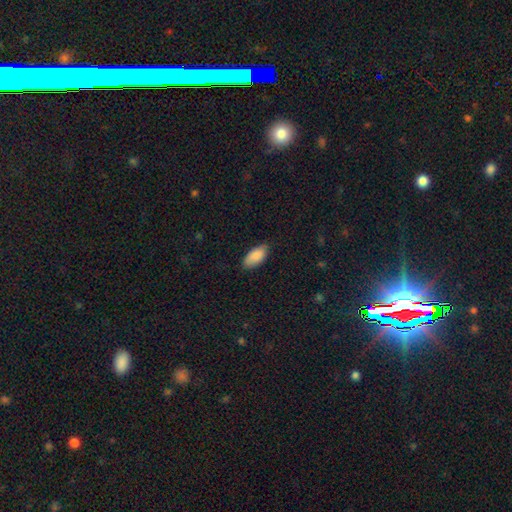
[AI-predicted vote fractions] A smooth galaxy with no disk features (88%) that is in between round and cigar-shaped (91%).

Vote fractions:
- Smooth or featured? smooth: 88% / featured or disk: 6% / star or artifact: 6%
- How rounded? in between: 91% / cigar-shaped: 7% / round: 2%
- Merging? none: 79% / minor disturbance: 17% / major disturbance: 3% / merger: 1%